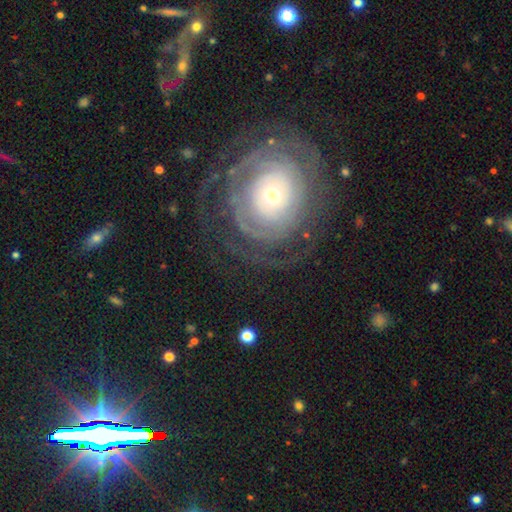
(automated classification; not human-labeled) Smooth or featured? featured or disk (77%)
Edge-on disk? no (96%)
Bar? no (76%)
Spiral arms? yes (85%)
Spiral winding? tight (81%)
Spiral arm count? can't tell (47%)
Bulge size? small (58%)
Merging? none (77%)